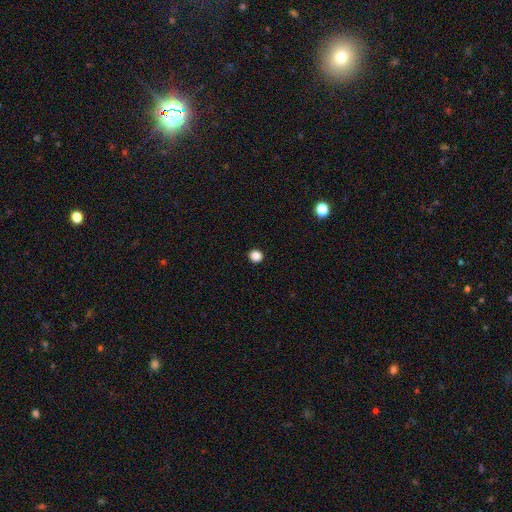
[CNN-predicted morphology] Smooth or featured? smooth (87%)
How rounded? round (93%)
Merging? none (93%)